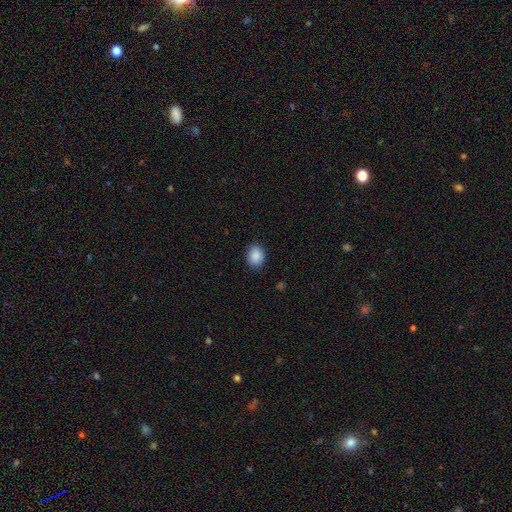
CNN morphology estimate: Q: Smooth or featured?
A: smooth (89%); runner-up: star or artifact (8%)
Q: How rounded?
A: round (50%); runner-up: in between (49%)
Q: Merging?
A: none (85%); runner-up: minor disturbance (12%)